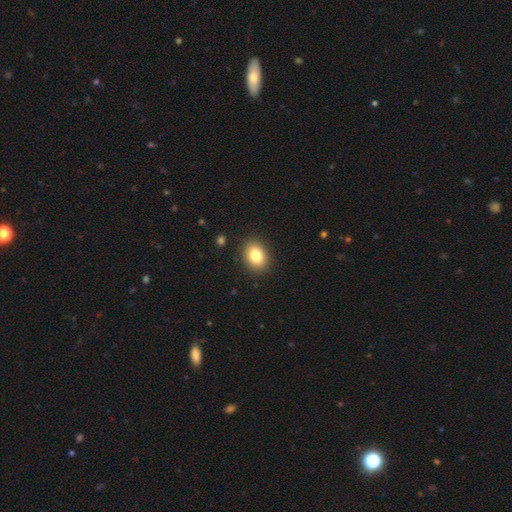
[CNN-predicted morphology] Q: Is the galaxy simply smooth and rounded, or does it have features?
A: smooth — 82%.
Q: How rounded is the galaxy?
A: in between — 59%.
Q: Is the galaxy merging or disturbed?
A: none — 89%.